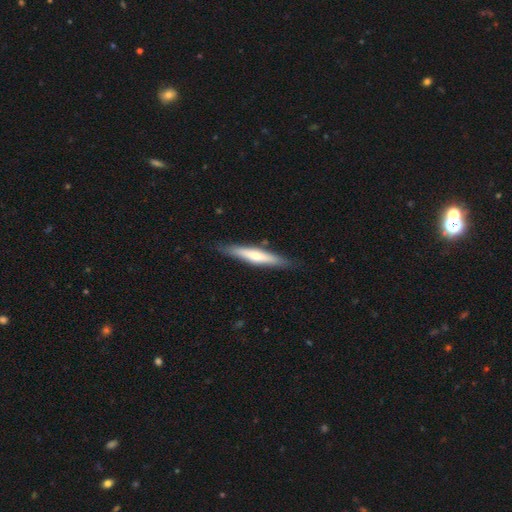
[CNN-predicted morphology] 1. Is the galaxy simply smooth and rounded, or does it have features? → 54% smooth, 41% featured or disk, 5% star or artifact.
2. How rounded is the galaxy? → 91% cigar-shaped, 8% in between, 1% round.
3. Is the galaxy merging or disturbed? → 85% none, 11% minor disturbance, 2% major disturbance, 2% merger.